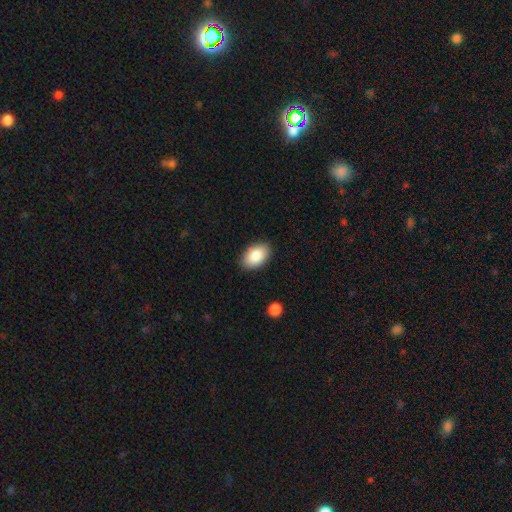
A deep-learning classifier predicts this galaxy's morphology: smooth 87%, star or artifact 6%, featured or disk 6%. Down the decision tree: how rounded — in between (92%); merging — none (88%).